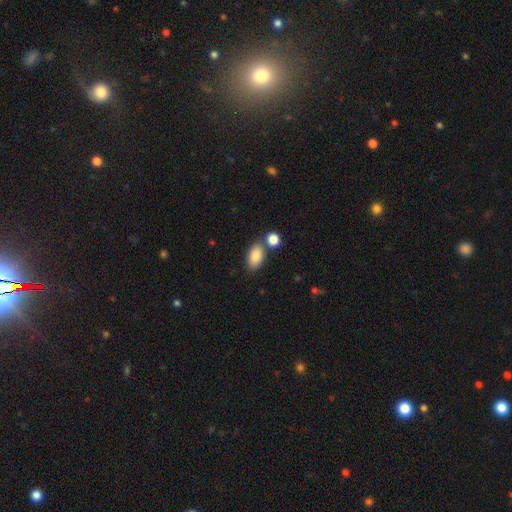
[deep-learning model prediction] This appears to be a smooth galaxy with no disk features (86%) that is in between round and cigar-shaped (92%). Merging: none (67%).